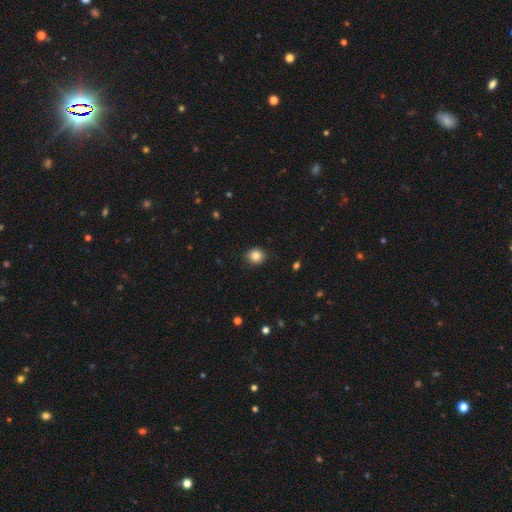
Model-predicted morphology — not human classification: Overall: smooth (84%). How rounded: round (82%). Merging: none (89%).